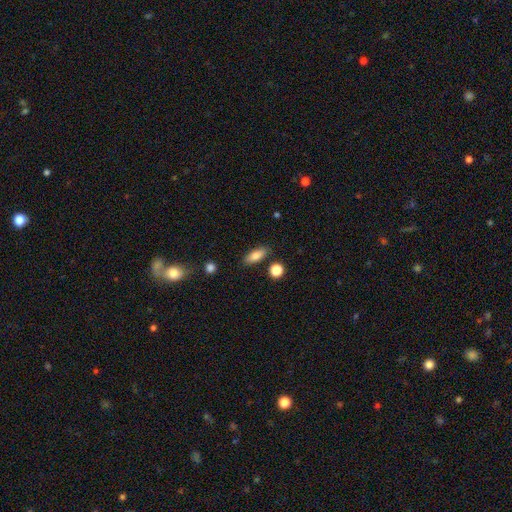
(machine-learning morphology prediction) Smooth or featured?
  - smooth: 80% *
  - featured or disk: 12%
  - star or artifact: 8%
How rounded?
  - in between: 76% *
  - cigar-shaped: 19%
  - round: 4%
Merging?
  - none: 83% *
  - minor disturbance: 11%
  - merger: 3%
  - major disturbance: 3%